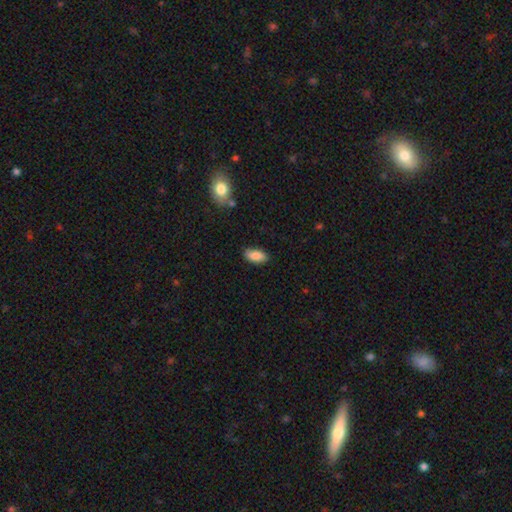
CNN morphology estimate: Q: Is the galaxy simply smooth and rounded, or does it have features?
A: smooth — 84%.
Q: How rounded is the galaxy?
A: in between — 91%.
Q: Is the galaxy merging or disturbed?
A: none — 83%.